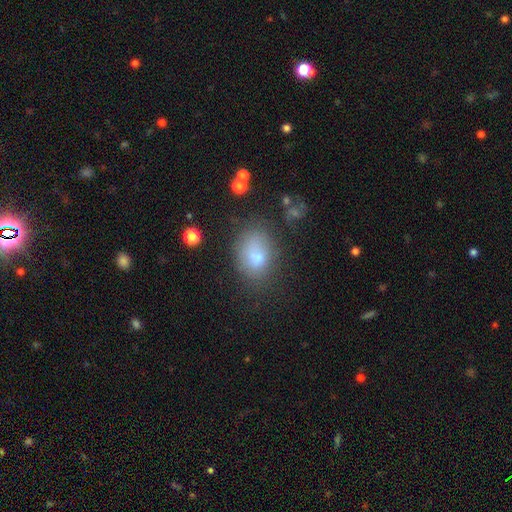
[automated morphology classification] This appears to be a smooth galaxy with no disk features (72%) that is in between round and cigar-shaped (77%). Merging: none (50%).